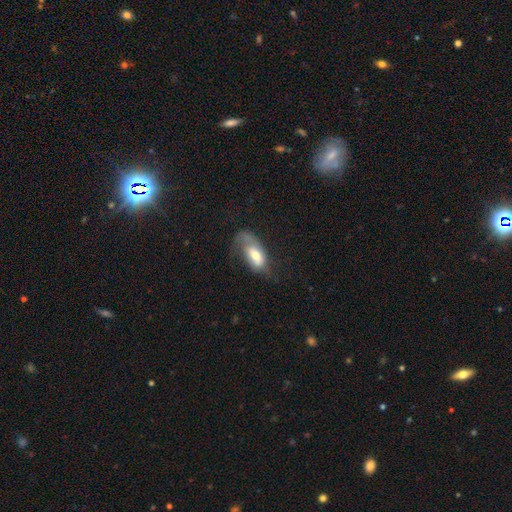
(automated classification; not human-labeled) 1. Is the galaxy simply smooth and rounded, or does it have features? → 56% smooth, 37% featured or disk, 7% star or artifact.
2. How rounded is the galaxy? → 88% in between, 9% cigar-shaped, 4% round.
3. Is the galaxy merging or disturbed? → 41% major disturbance, 29% none, 27% minor disturbance, 3% merger.